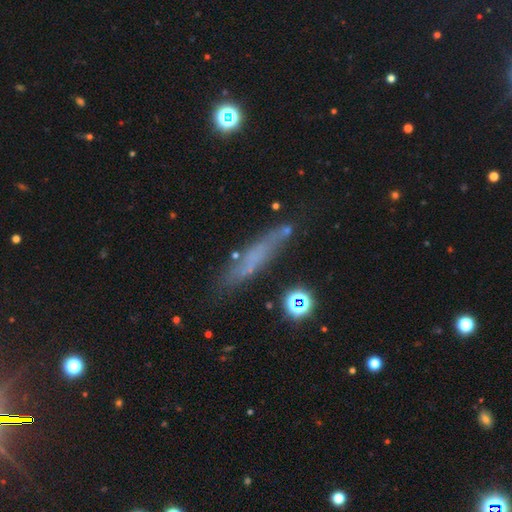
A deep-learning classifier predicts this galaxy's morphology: This is marginally a smooth galaxy (44%). Merging: likely none (70%).